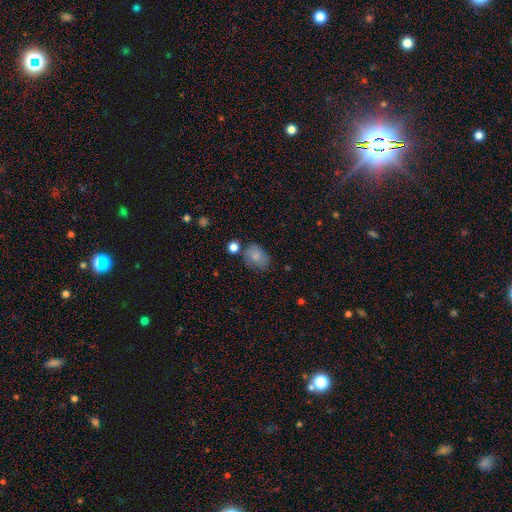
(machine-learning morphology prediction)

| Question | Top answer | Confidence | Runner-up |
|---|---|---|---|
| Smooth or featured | smooth | 81% | featured or disk (10%) |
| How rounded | in between | 73% | round (26%) |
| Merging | none | 60% | minor disturbance (24%) |